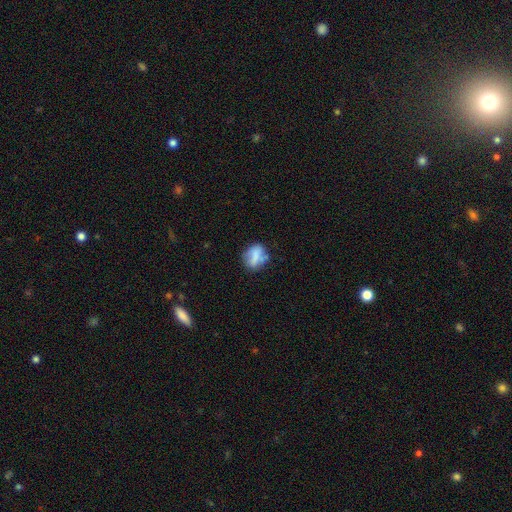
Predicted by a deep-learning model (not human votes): Smooth or featured? Predicted: smooth (p=0.67). How rounded? Predicted: in between (p=0.55). Merging? Predicted: none (p=0.59).